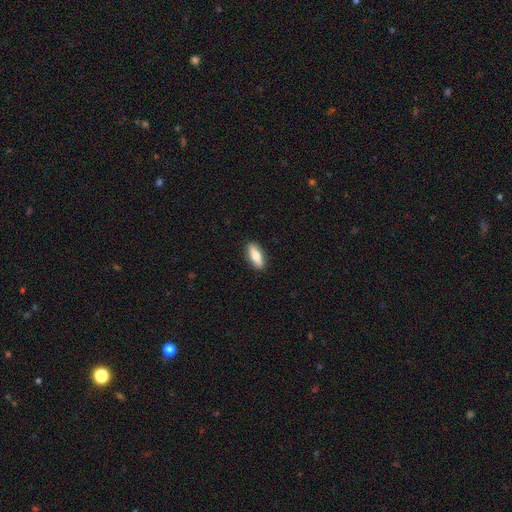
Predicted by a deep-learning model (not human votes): Overall: smooth (70%). How rounded: in between (66%; cigar-shaped 31%). Merging: none (89%).